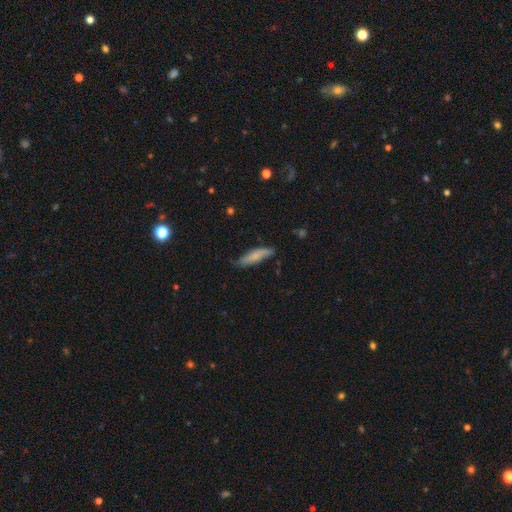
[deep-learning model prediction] The model was most divided on "how rounded": cigar-shaped: 67%, in between: 31%, round: 2%. More confident: smooth or featured — smooth (69%); merging — none (66%).